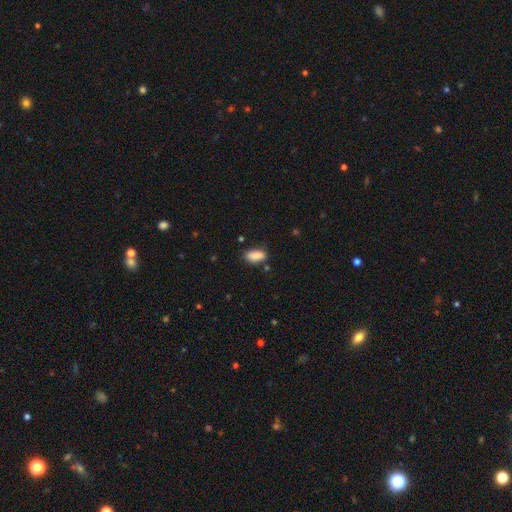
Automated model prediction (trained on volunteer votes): The model was most divided on "merging": none: 78%, minor disturbance: 15%, major disturbance: 3%, merger: 3%. More confident: smooth or featured — smooth (88%); how rounded — in between (84%).